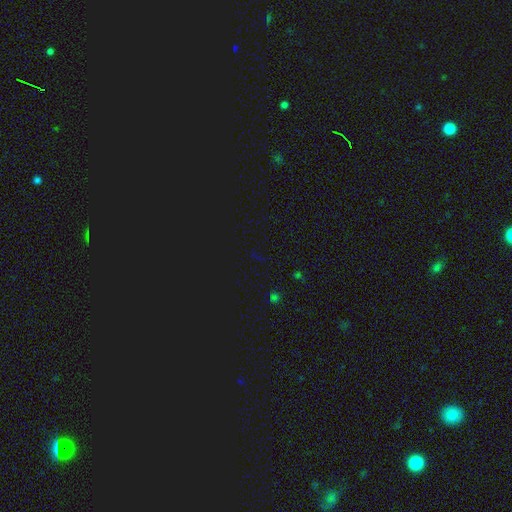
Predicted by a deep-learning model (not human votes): Smooth or featured? star or artifact (76%)